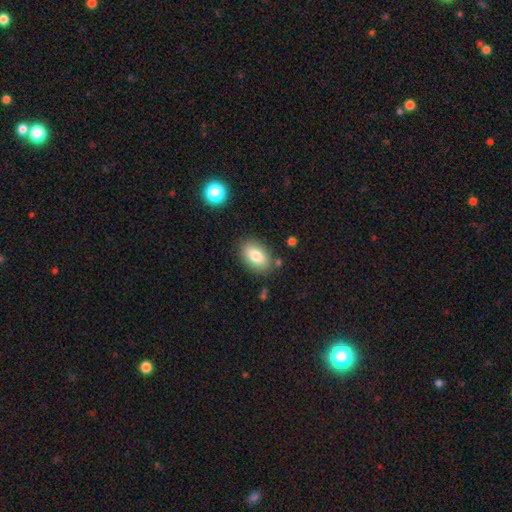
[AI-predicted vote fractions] Smooth or featured? smooth (80%)
How rounded? in between (89%)
Merging? none (81%)